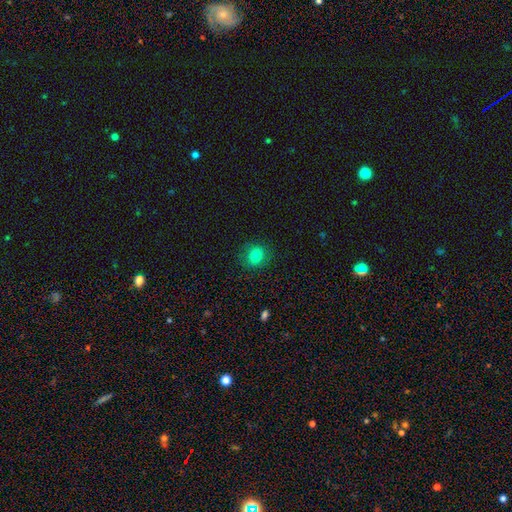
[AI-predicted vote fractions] A smooth galaxy with no disk features (82%) that is round (76%).

Vote fractions:
- Smooth or featured? smooth: 82% / star or artifact: 11% / featured or disk: 7%
- How rounded? round: 76% / in between: 23% / cigar-shaped: 1%
- Merging? none: 85% / minor disturbance: 10% / major disturbance: 3% / merger: 1%